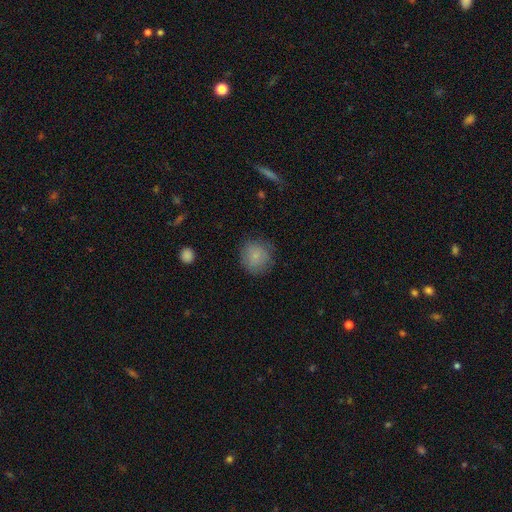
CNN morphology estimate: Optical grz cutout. It shows a smooth galaxy with no disk features (81%) that is round (91%). Merging: none (80%).